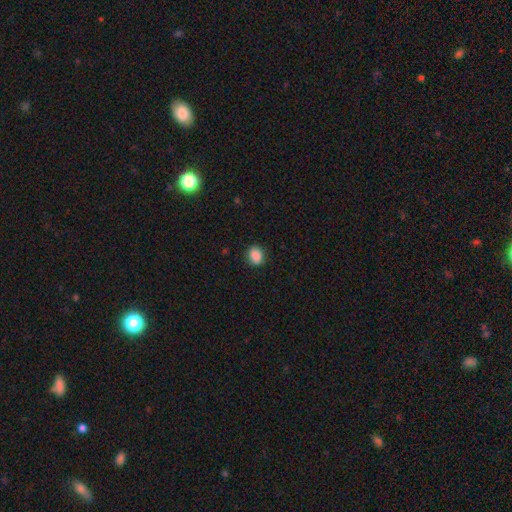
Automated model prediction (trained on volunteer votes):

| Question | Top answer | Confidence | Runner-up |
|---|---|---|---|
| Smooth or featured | smooth | 87% | star or artifact (9%) |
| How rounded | round | 60% | in between (39%) |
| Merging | none | 86% | minor disturbance (10%) |